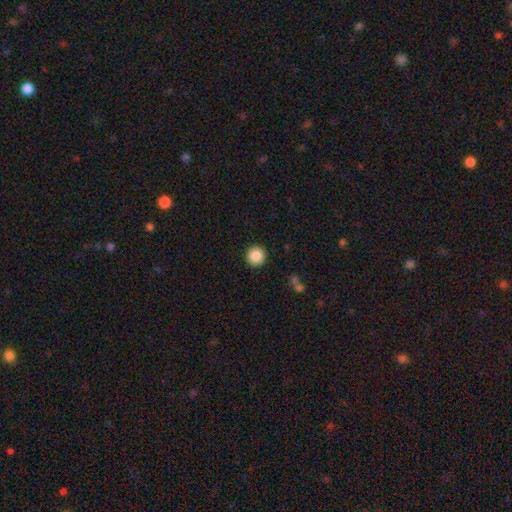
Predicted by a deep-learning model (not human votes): smooth_or_featured: smooth (p=0.87) [alt: star or artifact p=0.09]
how_rounded: round (p=0.96) [alt: in between p=0.03]
merging: none (p=0.92) [alt: minor disturbance p=0.05]